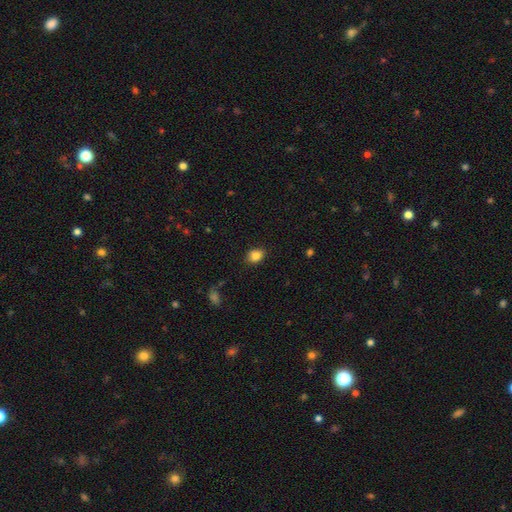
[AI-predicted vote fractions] Q: Smooth or featured?
A: smooth (85%); runner-up: star or artifact (10%)
Q: How rounded?
A: in between (58%); runner-up: round (41%)
Q: Merging?
A: none (83%); runner-up: minor disturbance (12%)